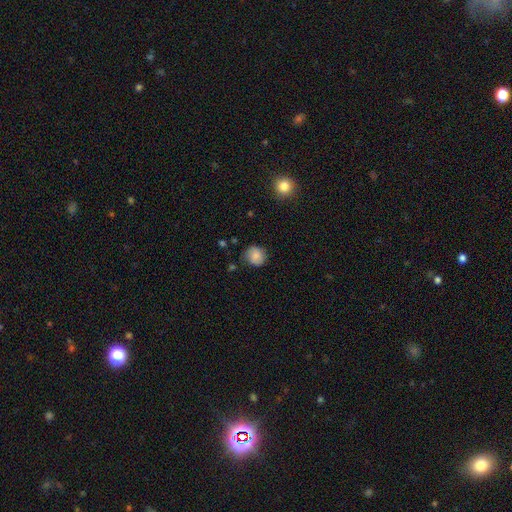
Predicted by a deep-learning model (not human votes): The model was most divided on "merging": none: 78%, minor disturbance: 17%, major disturbance: 4%, merger: 2%. More confident: smooth or featured — smooth (83%); how rounded — round (83%).